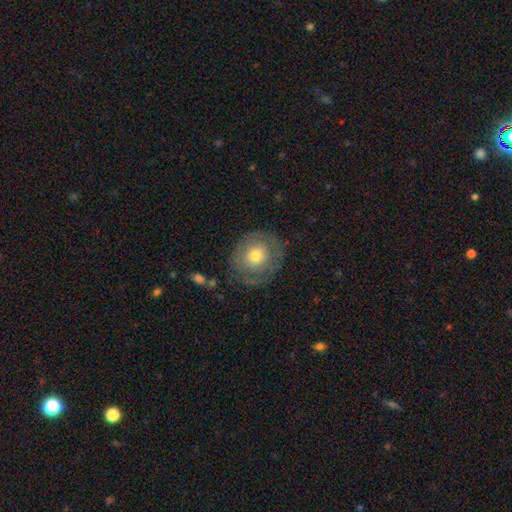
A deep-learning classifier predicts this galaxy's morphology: smooth 56%, featured or disk 37%, star or artifact 7%. Down the decision tree: how rounded — round (84%); merging — none (75%).